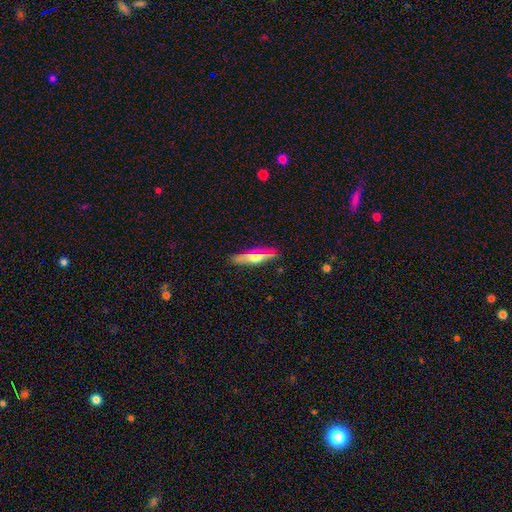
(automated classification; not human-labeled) Smooth or featured?
  - featured or disk: 47% *
  - smooth: 45%
  - star or artifact: 8%
Merging?
  - none: 87% *
  - minor disturbance: 10%
  - major disturbance: 2%
  - merger: 1%